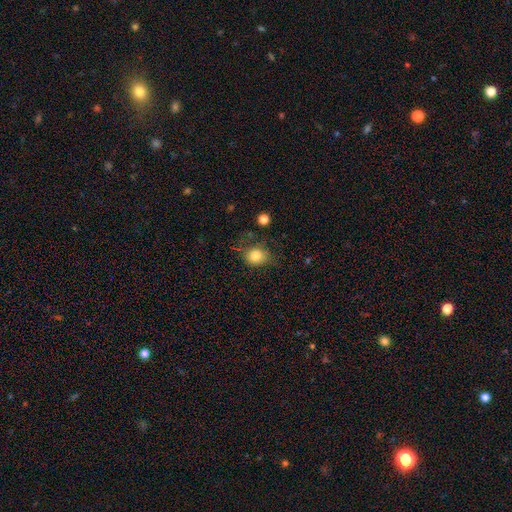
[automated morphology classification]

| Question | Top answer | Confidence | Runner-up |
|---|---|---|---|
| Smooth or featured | smooth | 82% | star or artifact (11%) |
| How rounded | round | 69% | in between (30%) |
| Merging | none | 68% | minor disturbance (22%) |